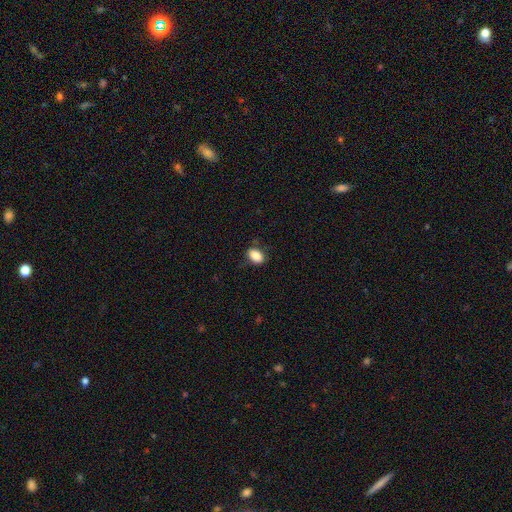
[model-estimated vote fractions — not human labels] Q: Smooth or featured?
A: smooth (87%); runner-up: star or artifact (8%)
Q: How rounded?
A: in between (85%); runner-up: round (14%)
Q: Merging?
A: none (79%); runner-up: minor disturbance (16%)